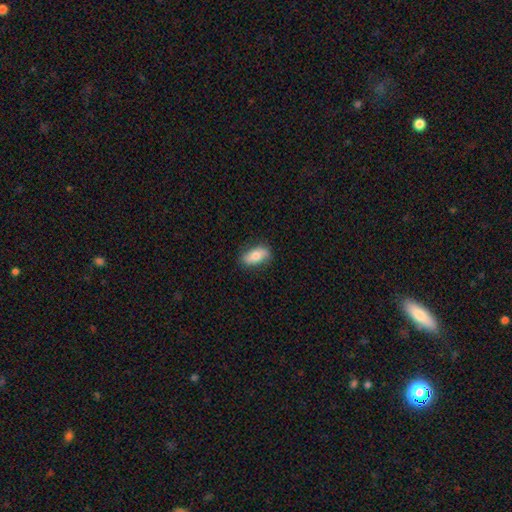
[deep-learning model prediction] Overall: smooth (74%). How rounded: in between (85%). Merging: none (83%).